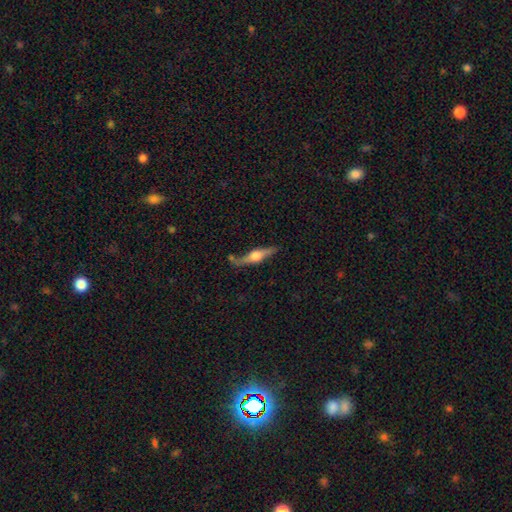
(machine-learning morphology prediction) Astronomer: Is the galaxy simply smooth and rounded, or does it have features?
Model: featured or disk — 69%.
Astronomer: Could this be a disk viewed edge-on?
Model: yes — 92%.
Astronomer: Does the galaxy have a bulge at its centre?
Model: rounded — 90%.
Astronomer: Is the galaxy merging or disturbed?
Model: none — 71%.